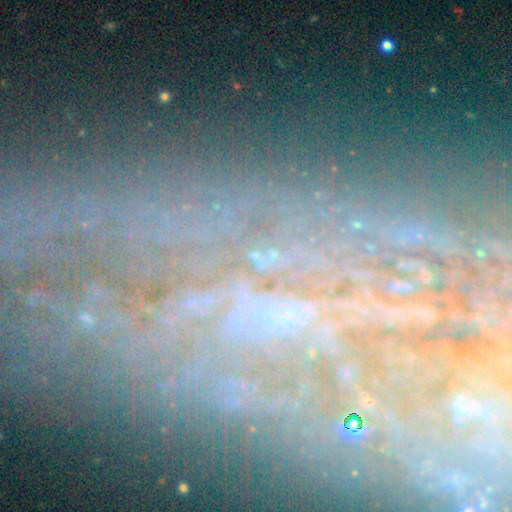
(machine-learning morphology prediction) Smooth or featured? star or artifact (57%)